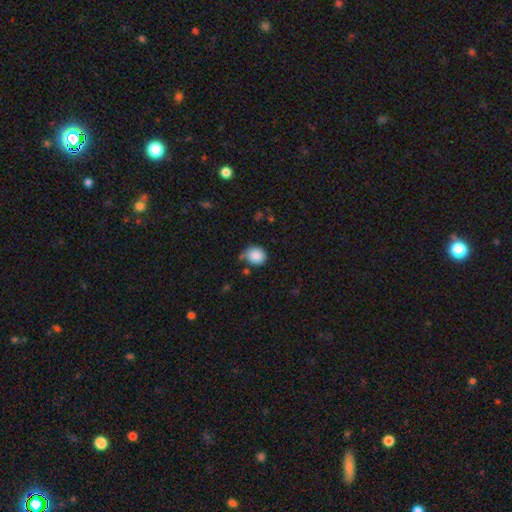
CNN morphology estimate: Smooth or featured? smooth (86%)
How rounded? round (75%)
Merging? none (58%)